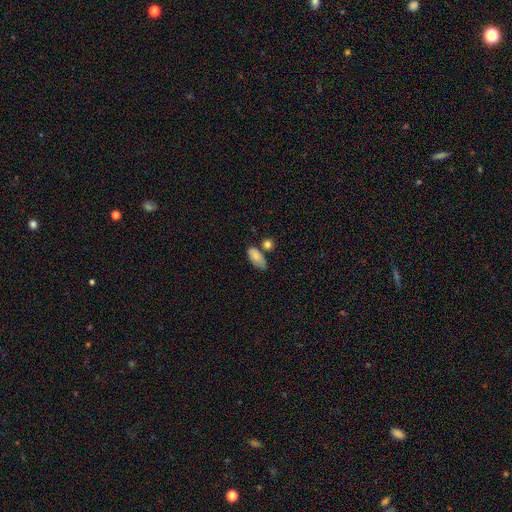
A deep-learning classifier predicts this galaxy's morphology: Smooth or featured: smooth — 79% (featured or disk — 13%)
How rounded: in between — 89% (cigar-shaped — 7%)
Merging: none — 50% (minor disturbance — 26%)